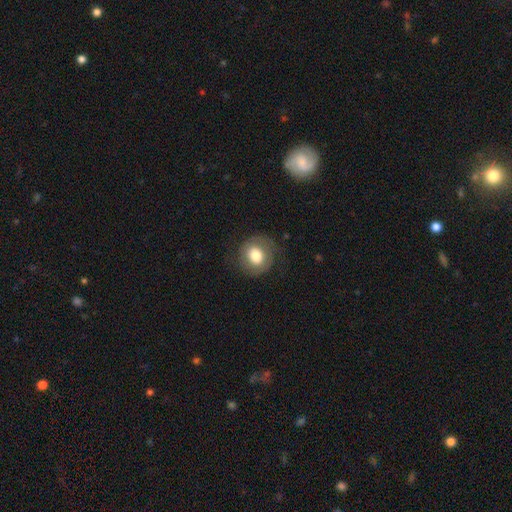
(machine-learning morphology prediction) type=smooth (67%); roundness=round (80%); merging=none (75%).